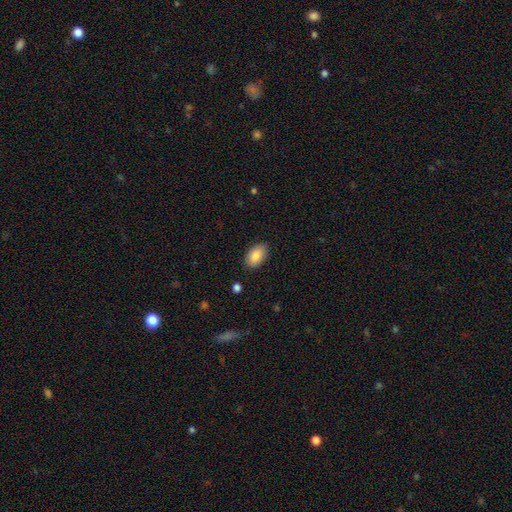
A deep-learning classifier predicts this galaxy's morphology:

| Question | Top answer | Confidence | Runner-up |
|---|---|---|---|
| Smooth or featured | smooth | 86% | featured or disk (7%) |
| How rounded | in between | 94% | round (5%) |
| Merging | none | 87% | minor disturbance (10%) |